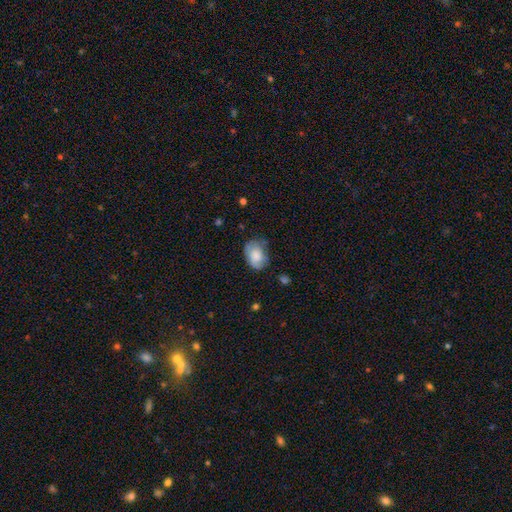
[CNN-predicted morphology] Overall: smooth (68%). How rounded: in between (75%). Merging: none (57%; minor disturbance 30%).